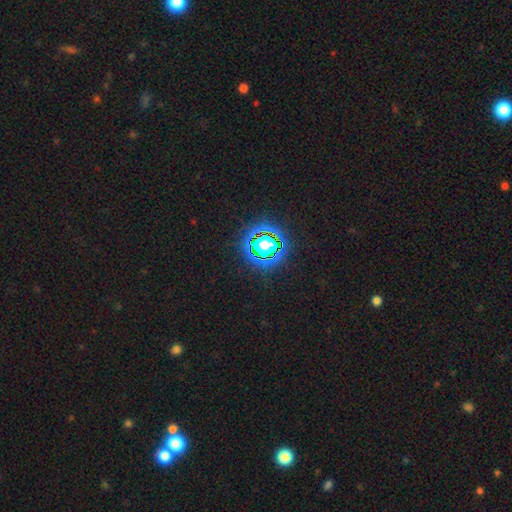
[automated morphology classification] Q: Smooth or featured?
A: star or artifact (81%); runner-up: smooth (12%)